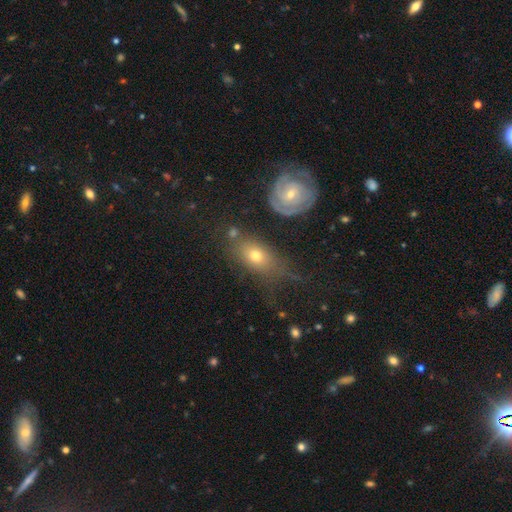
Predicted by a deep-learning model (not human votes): smooth 46%, featured or disk 42%, star or artifact 12%. Down the decision tree: merging — none (55%).